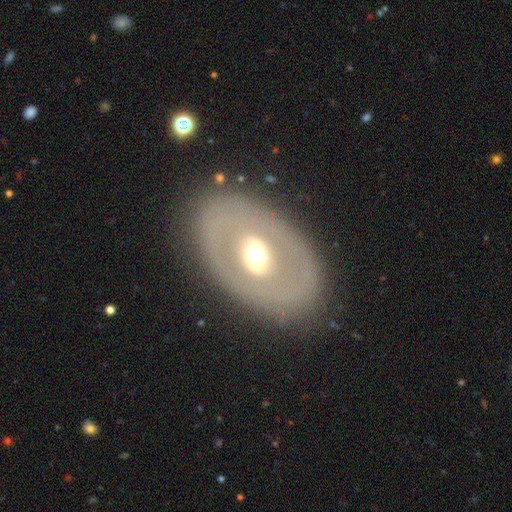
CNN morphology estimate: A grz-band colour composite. It shows a featured or disk galaxy (64%) with no bar (54%), no spiral arms (84%) and a moderate central bulge (63%). Merging: none (81%).